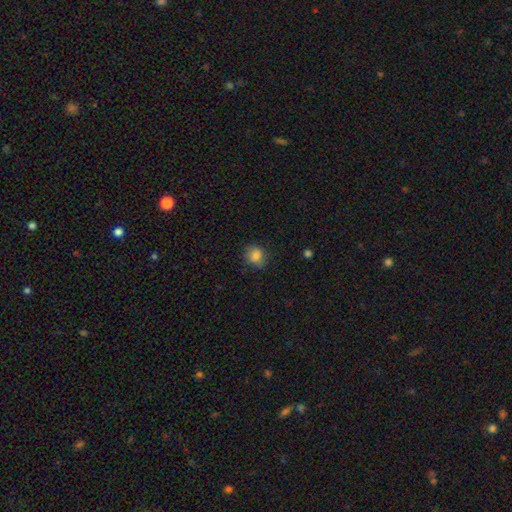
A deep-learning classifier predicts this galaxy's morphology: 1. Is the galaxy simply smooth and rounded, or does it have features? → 83% smooth, 10% star or artifact, 7% featured or disk.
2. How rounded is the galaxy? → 75% round, 24% in between, 1% cigar-shaped.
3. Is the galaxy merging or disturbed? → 80% none, 15% minor disturbance, 4% major disturbance, 1% merger.